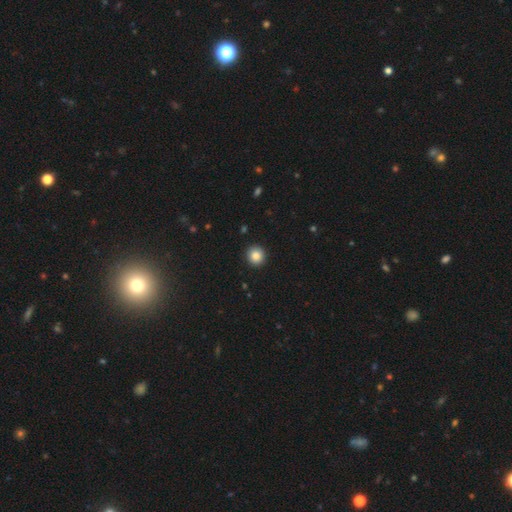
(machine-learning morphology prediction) The model was most divided on "smooth or featured": smooth: 85%, star or artifact: 10%, featured or disk: 5%. More confident: how rounded — round (93%); merging — none (93%).